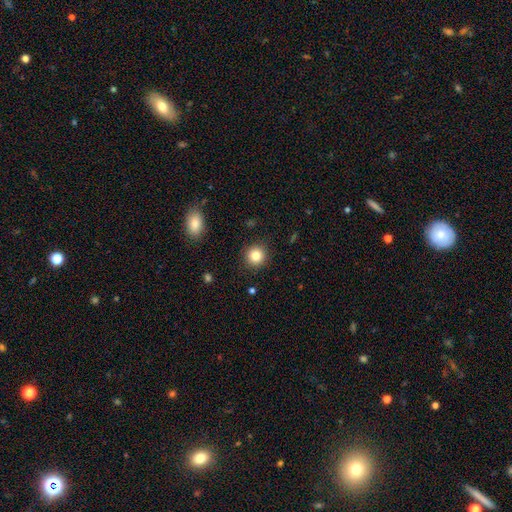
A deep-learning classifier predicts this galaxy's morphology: This appears to be a smooth galaxy with no disk features (83%) that is round (91%). Merging: none (90%).